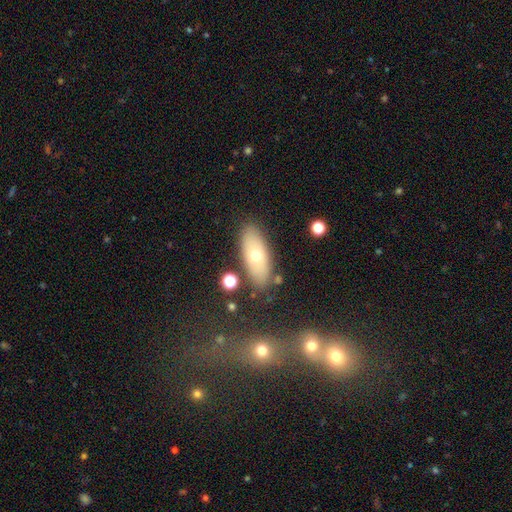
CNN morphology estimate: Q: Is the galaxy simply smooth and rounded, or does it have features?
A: smooth — 62%.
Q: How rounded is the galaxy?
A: in between — 80%.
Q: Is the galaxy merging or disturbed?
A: none — 84%.